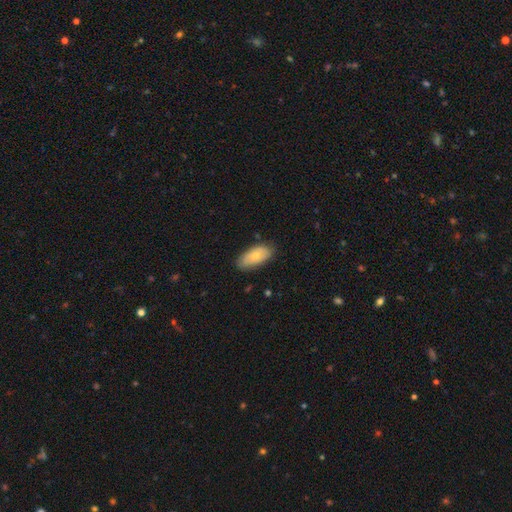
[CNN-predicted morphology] This is likely a smooth galaxy (75%). How rounded: clearly in between (91%). Merging: likely none (77%).